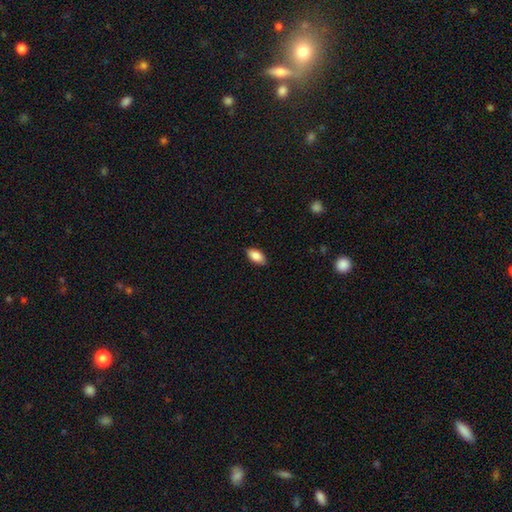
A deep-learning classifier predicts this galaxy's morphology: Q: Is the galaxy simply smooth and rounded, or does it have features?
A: smooth — 86%.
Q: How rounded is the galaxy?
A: in between — 92%.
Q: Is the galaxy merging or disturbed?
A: none — 87%.